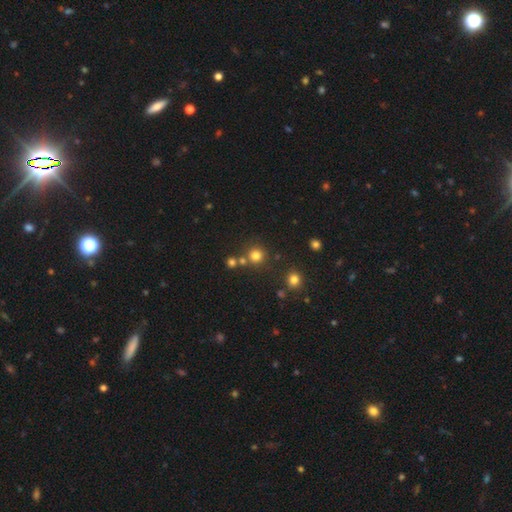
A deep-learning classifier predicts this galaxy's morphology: Smooth or featured?
  - smooth: 77% *
  - star or artifact: 17%
  - featured or disk: 7%
How rounded?
  - round: 93% *
  - in between: 6%
  - cigar-shaped: 1%
Merging?
  - none: 75% *
  - merger: 15%
  - minor disturbance: 8%
  - major disturbance: 3%